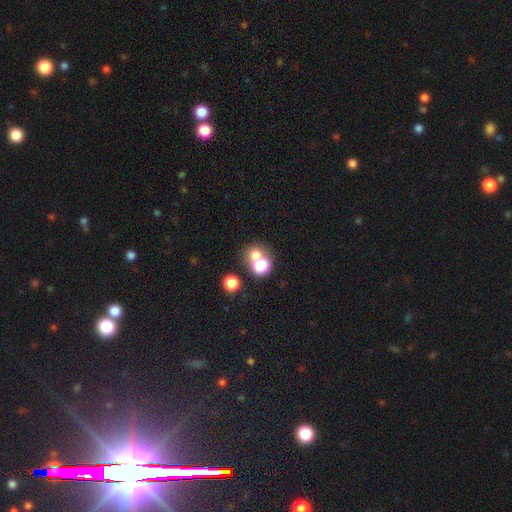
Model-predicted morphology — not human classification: The model was most divided on "merging": none: 45%, merger: 44%, minor disturbance: 7%, major disturbance: 4%. More confident: how rounded — round (78%); smooth or featured — smooth (66%).